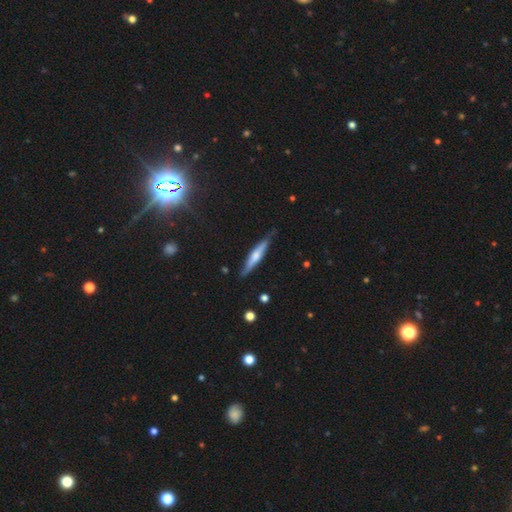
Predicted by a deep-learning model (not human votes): Overall: featured or disk (52%; smooth 42%). Edge-on disk: yes (93%). Merging: none (79%).